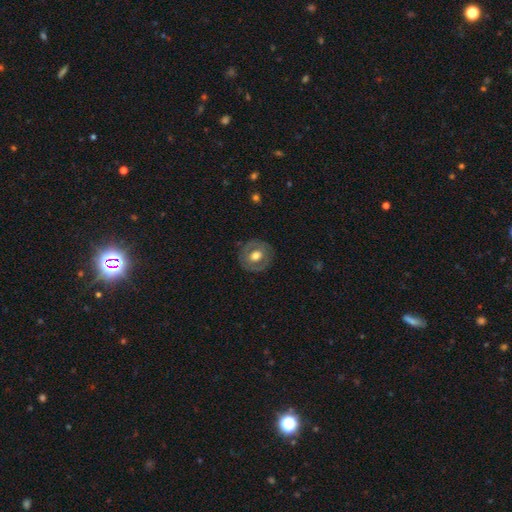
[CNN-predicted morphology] Q: Smooth or featured?
A: featured or disk (48%); runner-up: smooth (45%)
Q: Merging?
A: none (83%); runner-up: minor disturbance (11%)